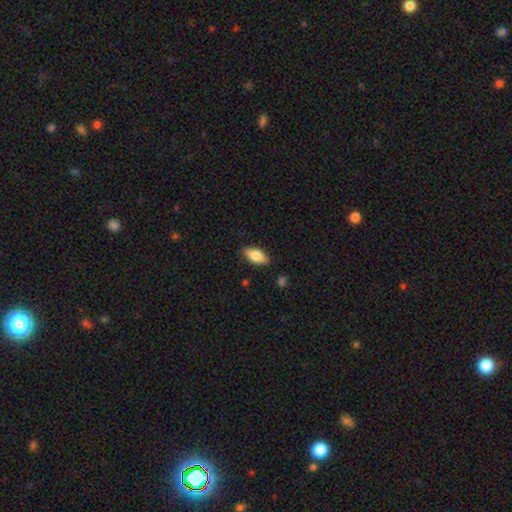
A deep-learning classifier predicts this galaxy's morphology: Q: Smooth or featured?
A: smooth (80%); runner-up: featured or disk (14%)
Q: How rounded?
A: in between (87%); runner-up: cigar-shaped (10%)
Q: Merging?
A: none (86%); runner-up: minor disturbance (11%)